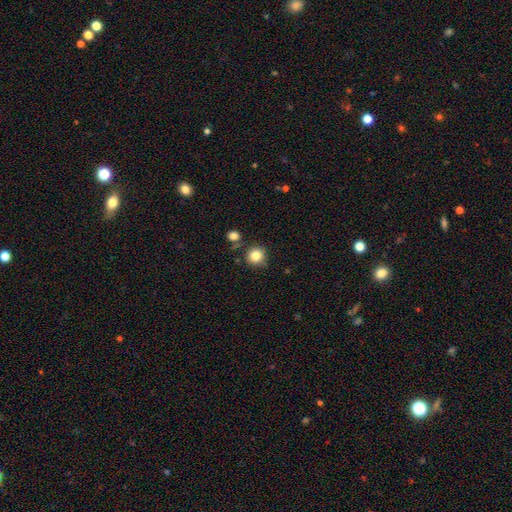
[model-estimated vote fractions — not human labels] Q: Smooth or featured?
A: smooth (82%); runner-up: star or artifact (12%)
Q: How rounded?
A: round (93%); runner-up: in between (6%)
Q: Merging?
A: none (82%); runner-up: minor disturbance (10%)